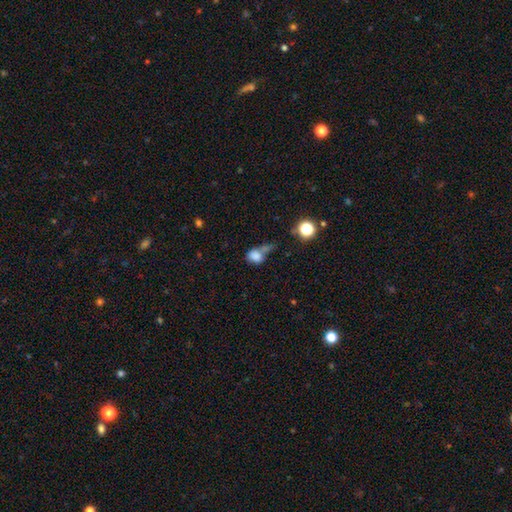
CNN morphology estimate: This appears to be a smooth galaxy with no disk features (76%) that is in between round and cigar-shaped (57%). Merging: merger (39%).